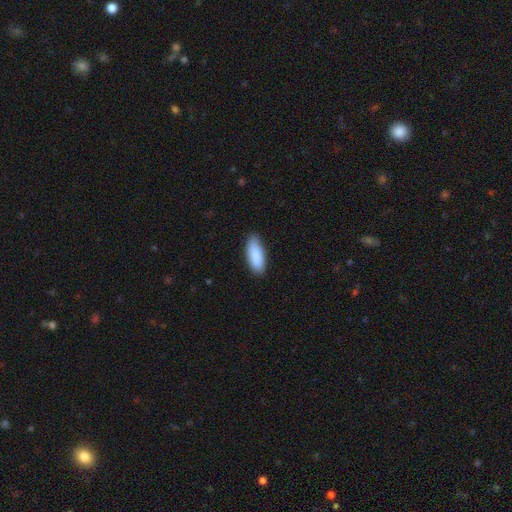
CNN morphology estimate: Smooth or featured? Predicted: smooth (p=0.89). How rounded? Predicted: in between (p=0.75). Merging? Predicted: none (p=0.81).